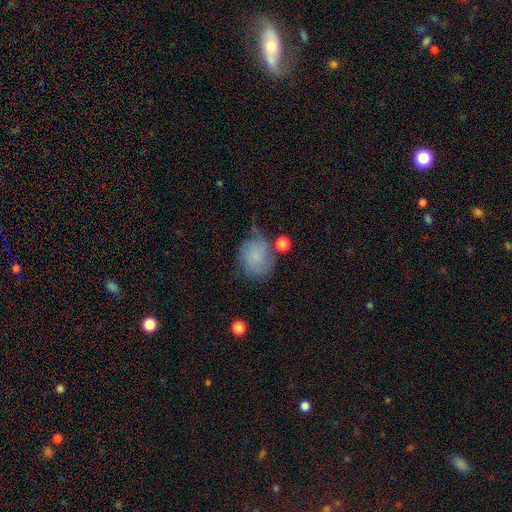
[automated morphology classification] smooth-or-featured: smooth: 52% | featured or disk: 38% | star or artifact: 10%
  how-rounded: round: 61% | in between: 38% | cigar-shaped: 1%
  merging: none: 42% | minor disturbance: 30% | major disturbance: 20% | merger: 8%